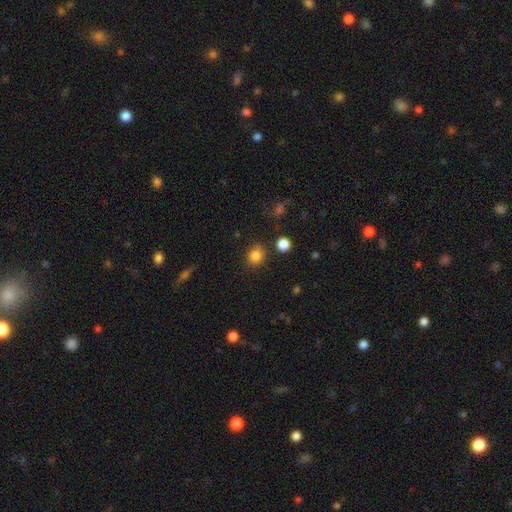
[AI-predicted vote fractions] A smooth galaxy with no disk features (84%) that is round (81%). Merging: none (85%).